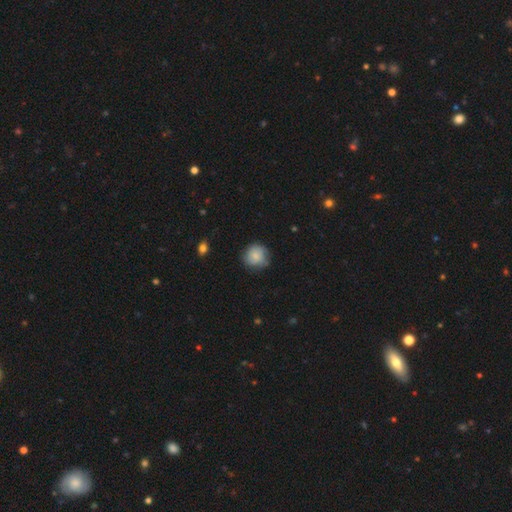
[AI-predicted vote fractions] smooth 80%, featured or disk 13%, star or artifact 7%. Down the decision tree: how rounded — round (89%); merging — none (75%).